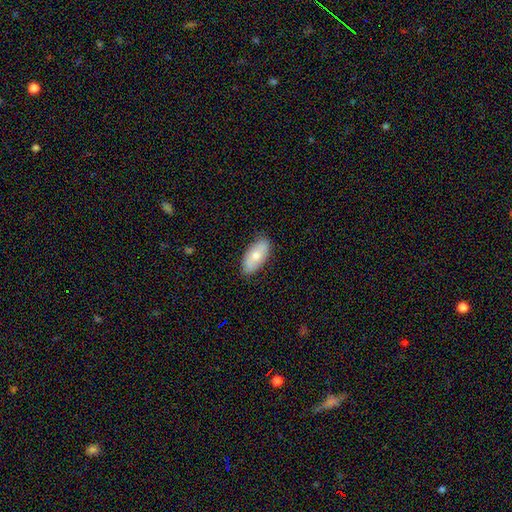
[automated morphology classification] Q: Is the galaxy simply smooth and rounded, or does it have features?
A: smooth — 70%.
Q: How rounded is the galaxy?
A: in between — 92%.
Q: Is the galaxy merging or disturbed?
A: none — 84%.